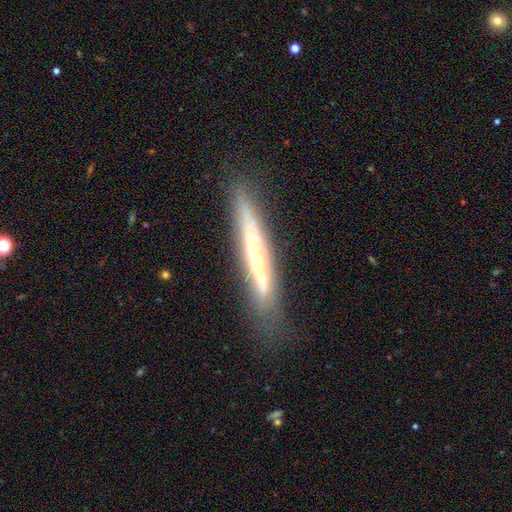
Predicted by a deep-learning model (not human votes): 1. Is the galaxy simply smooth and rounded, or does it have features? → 68% featured or disk, 25% smooth, 7% star or artifact.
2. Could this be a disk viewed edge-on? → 86% yes, 14% no.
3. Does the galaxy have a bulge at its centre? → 52% rounded, 38% none, 11% boxy.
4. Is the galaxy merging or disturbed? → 76% none, 17% minor disturbance, 5% major disturbance, 2% merger.